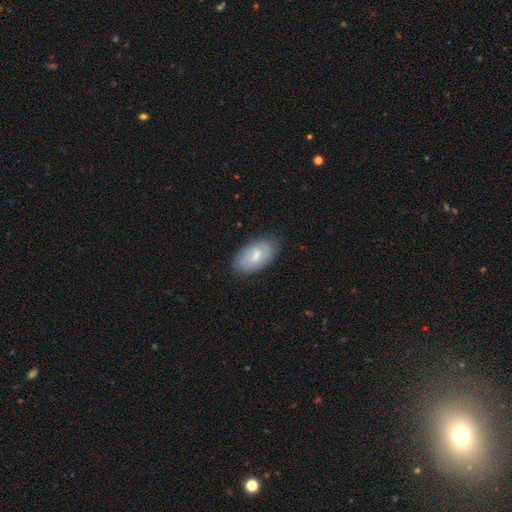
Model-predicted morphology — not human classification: smooth_or_featured: featured or disk (p=0.49) [alt: smooth p=0.45]
merging: none (p=0.81) [alt: minor disturbance p=0.14]